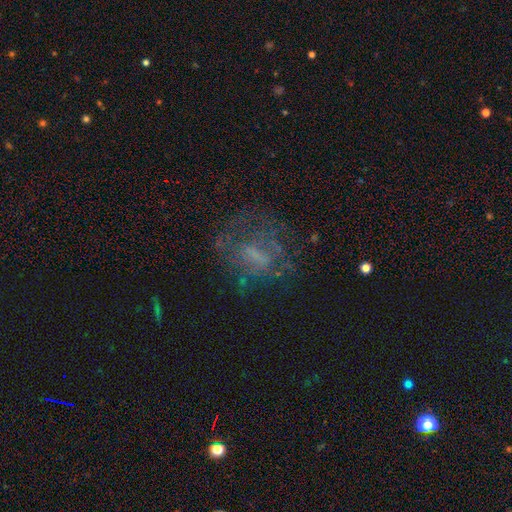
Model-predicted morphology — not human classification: featured or disk 49%, smooth 30%, star or artifact 22%. Down the decision tree: merging — none (50%).